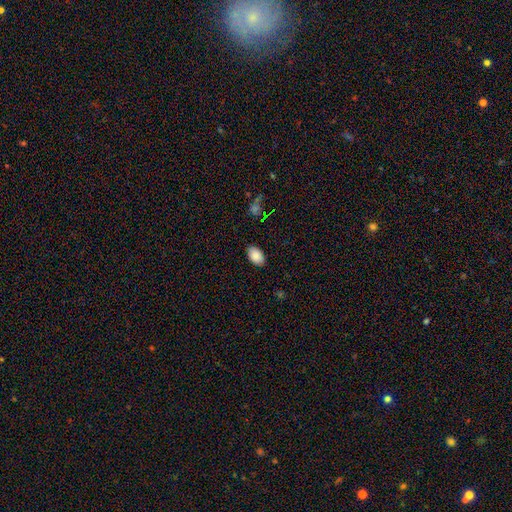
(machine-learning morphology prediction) smooth_or_featured: smooth (p=0.88) [alt: star or artifact p=0.07]
how_rounded: in between (p=0.92) [alt: round p=0.07]
merging: none (p=0.86) [alt: minor disturbance p=0.10]